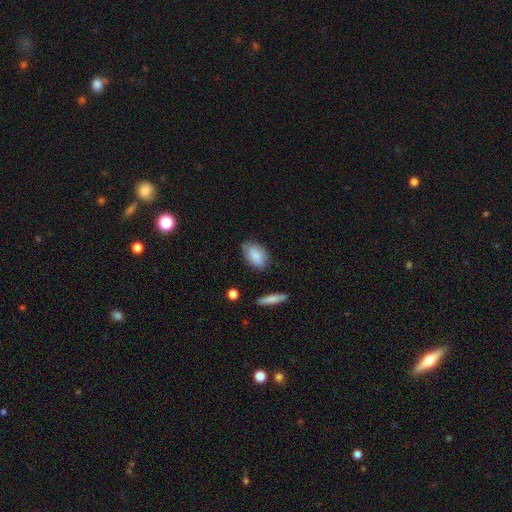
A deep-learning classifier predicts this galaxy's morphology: A smooth galaxy with no disk features (84%) that is in between round and cigar-shaped (88%). Merging: none (72%).